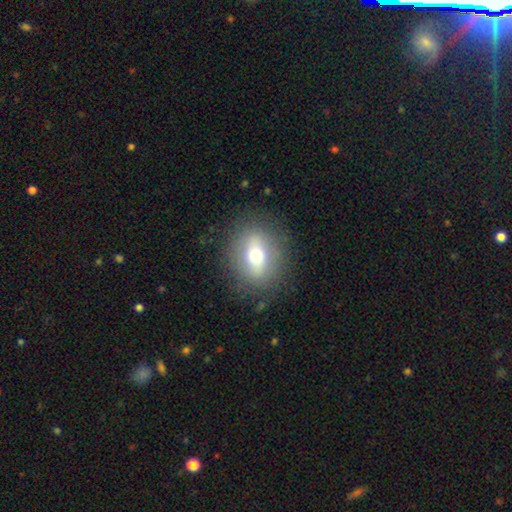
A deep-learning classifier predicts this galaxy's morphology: smooth-or-featured: smooth: 56% | featured or disk: 35% | star or artifact: 9%
  how-rounded: in between: 53% | round: 44% | cigar-shaped: 4%
  merging: none: 84% | minor disturbance: 10% | major disturbance: 4% | merger: 1%